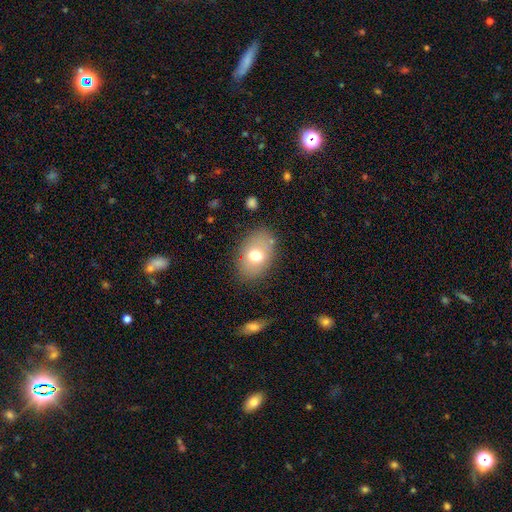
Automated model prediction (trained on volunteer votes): This appears to be a smooth galaxy with no disk features (69%) that is in between round and cigar-shaped (80%). Merging: none (78%).